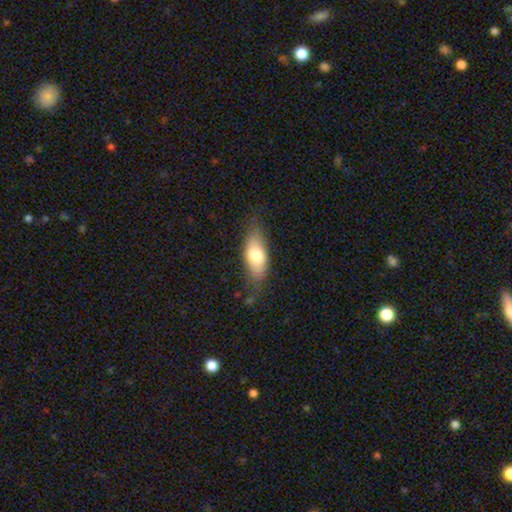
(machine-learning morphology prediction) smooth 73%, featured or disk 20%, star or artifact 6%. Down the decision tree: how rounded — in between (79%); merging — none (71%).